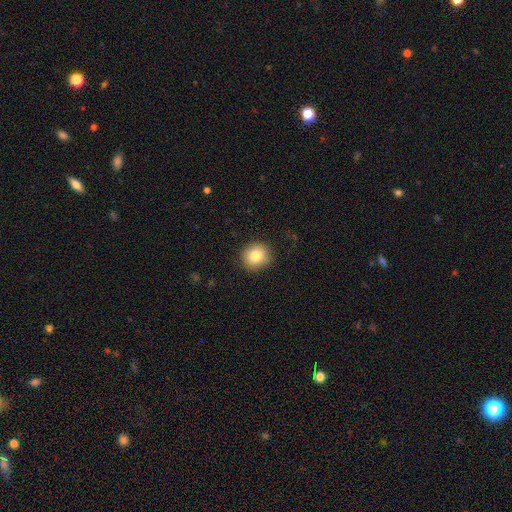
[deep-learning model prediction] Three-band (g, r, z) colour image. It shows a smooth galaxy with no disk features (82%) that is round (89%). Merging: none (88%).